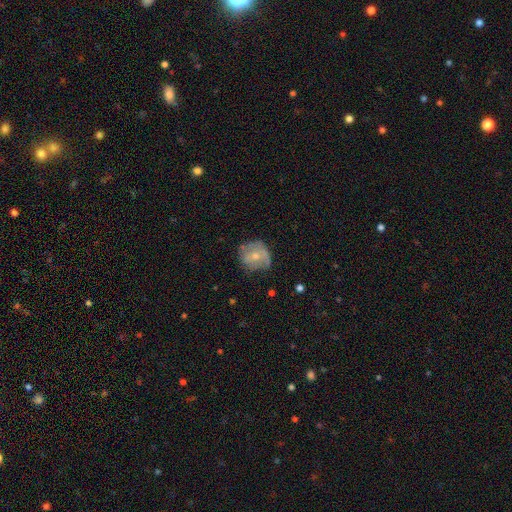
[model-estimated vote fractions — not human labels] smooth-or-featured: smooth: 51% | featured or disk: 41% | star or artifact: 8%
  how-rounded: round: 81% | in between: 18% | cigar-shaped: 1%
  merging: none: 54% | minor disturbance: 30% | major disturbance: 13% | merger: 2%